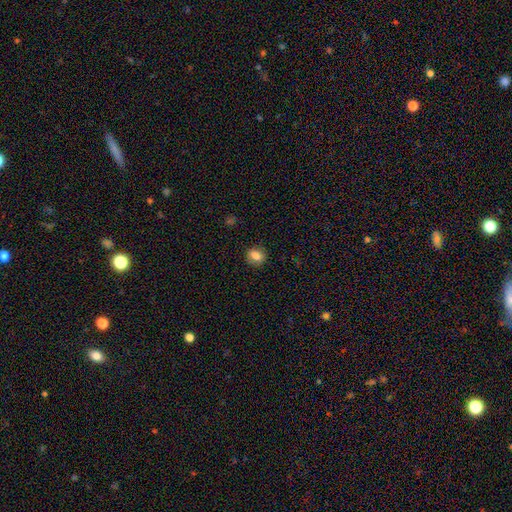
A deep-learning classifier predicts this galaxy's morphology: Q: Smooth or featured?
A: smooth (80%); runner-up: featured or disk (10%)
Q: How rounded?
A: round (57%); runner-up: in between (42%)
Q: Merging?
A: none (86%); runner-up: minor disturbance (10%)